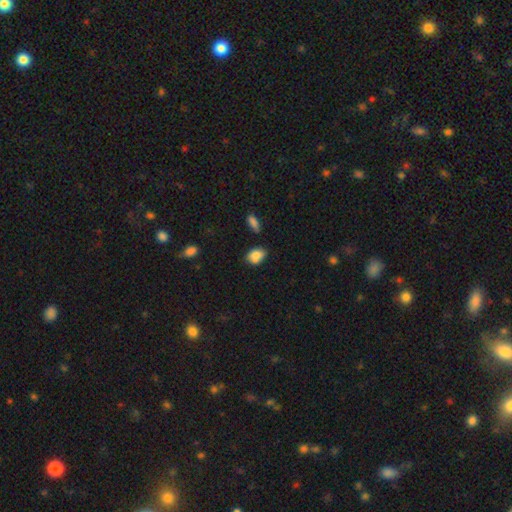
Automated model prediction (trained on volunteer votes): smooth 83%, star or artifact 9%, featured or disk 8%. Down the decision tree: how rounded — in between (74%); merging — none (59%).